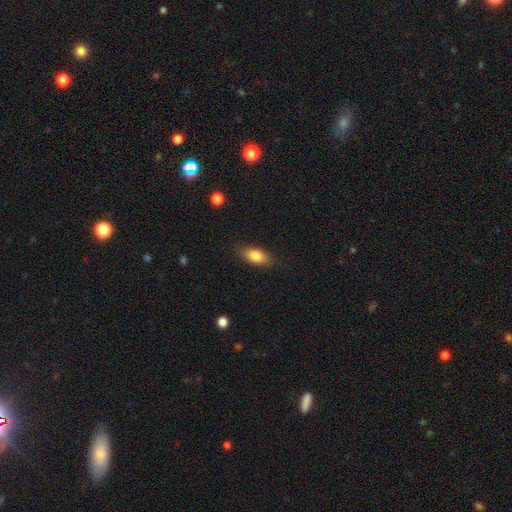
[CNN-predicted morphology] Smooth or featured?
  - smooth: 82% *
  - featured or disk: 10%
  - star or artifact: 7%
How rounded?
  - in between: 86% *
  - cigar-shaped: 9%
  - round: 5%
Merging?
  - none: 84% *
  - minor disturbance: 12%
  - major disturbance: 3%
  - merger: 1%